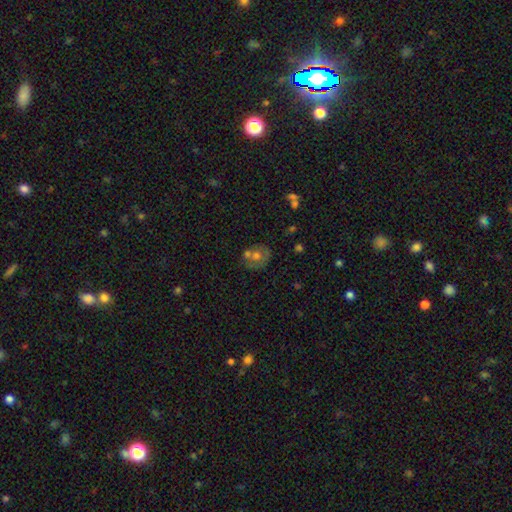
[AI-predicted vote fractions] This appears to be a smooth galaxy with no disk features (50%) that is round (66%). Merging: none (53%).